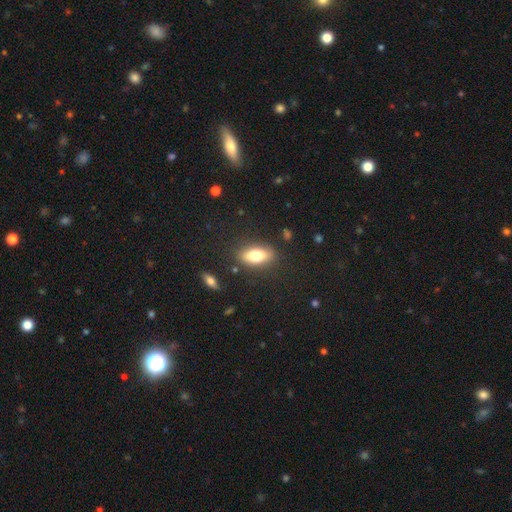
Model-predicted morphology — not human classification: type=smooth (73%); roundness=in between (81%); merging=none (82%).